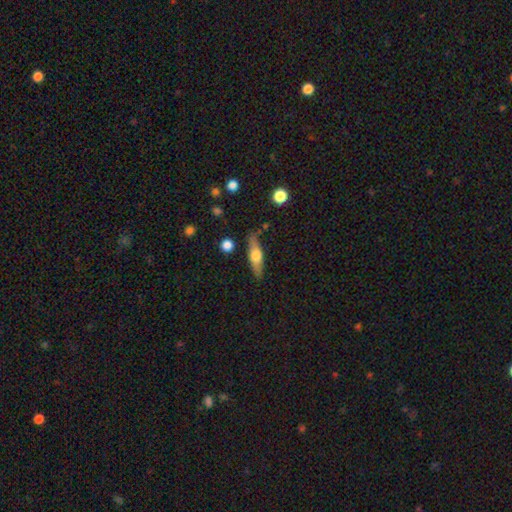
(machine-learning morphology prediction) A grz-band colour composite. It shows a featured or disk galaxy (48%). Merging: none (82%).